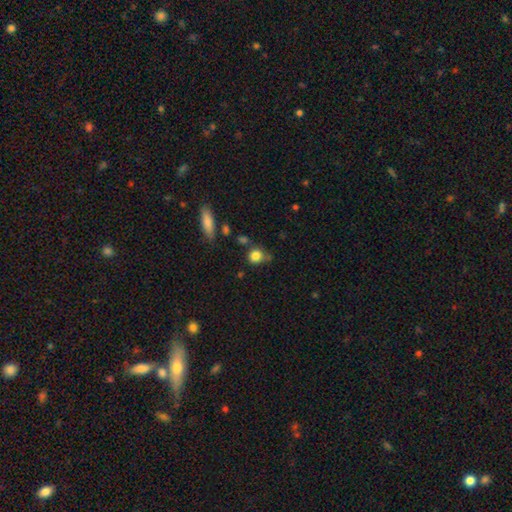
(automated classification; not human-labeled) Smooth or featured: smooth — 83% (star or artifact — 10%)
How rounded: round — 75% (in between — 23%)
Merging: none — 59% (minor disturbance — 24%)